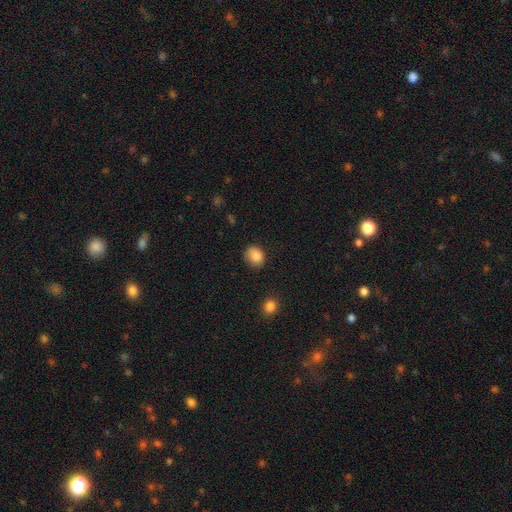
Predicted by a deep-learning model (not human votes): This appears to be a smooth galaxy with no disk features (86%) that is round (65%). Merging: none (74%).